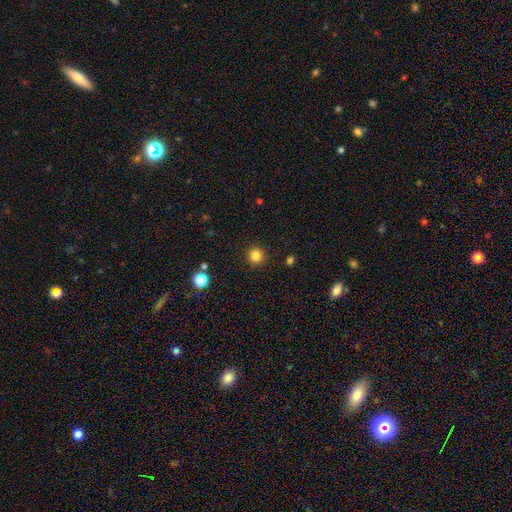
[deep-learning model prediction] Smooth or featured?
  - smooth: 83% *
  - star or artifact: 12%
  - featured or disk: 4%
How rounded?
  - round: 95% *
  - in between: 4%
  - cigar-shaped: 1%
Merging?
  - none: 92% *
  - minor disturbance: 5%
  - major disturbance: 2%
  - merger: 1%